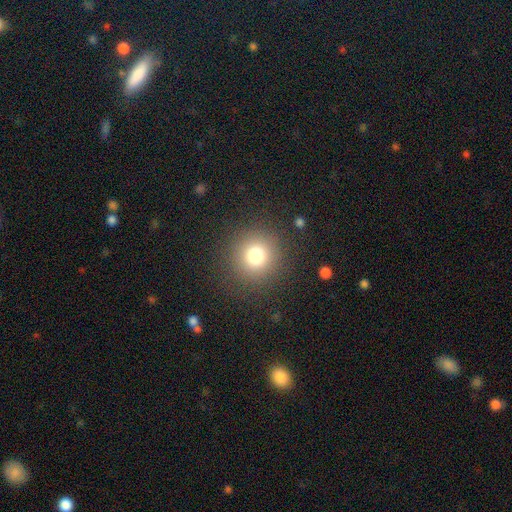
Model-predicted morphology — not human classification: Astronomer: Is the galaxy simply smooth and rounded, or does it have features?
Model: smooth — 77%.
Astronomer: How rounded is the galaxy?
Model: round — 95%.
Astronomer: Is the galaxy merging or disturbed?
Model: none — 89%.